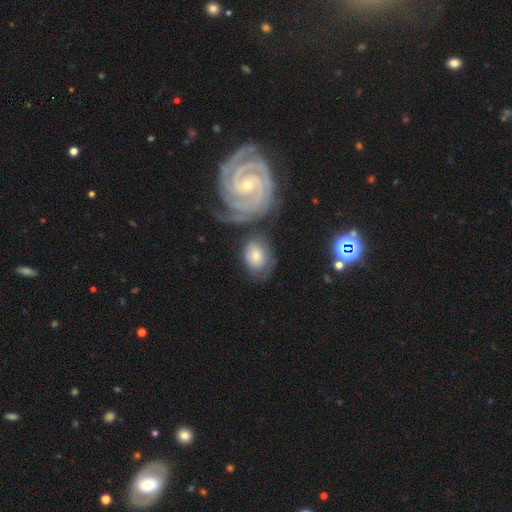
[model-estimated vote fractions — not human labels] Smooth or featured: smooth — 59% (featured or disk — 34%)
How rounded: in between — 68% (round — 30%)
Merging: none — 50% (minor disturbance — 20%)